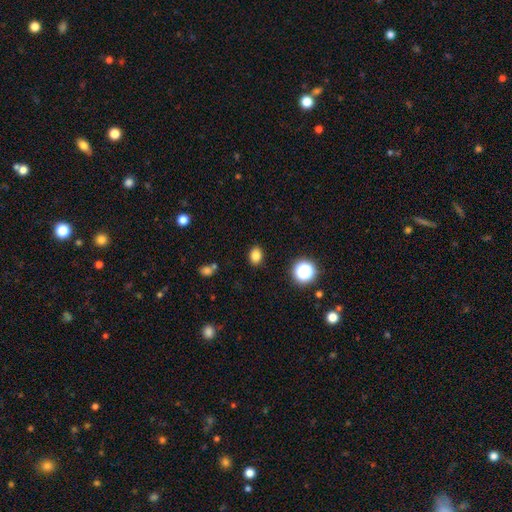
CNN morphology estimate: type=smooth (82%); roundness=in between (65%); merging=none (86%).